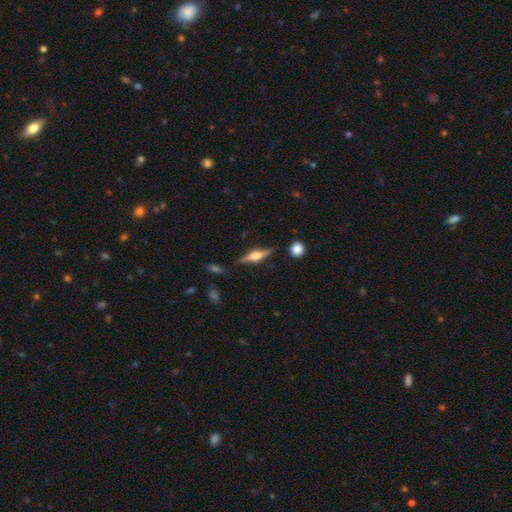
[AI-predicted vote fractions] Smooth or featured? Predicted: featured or disk (p=0.75). Edge-on disk? Predicted: yes (p=0.97). Edge-on bulge? Predicted: rounded (p=0.92). Merging? Predicted: none (p=0.84).